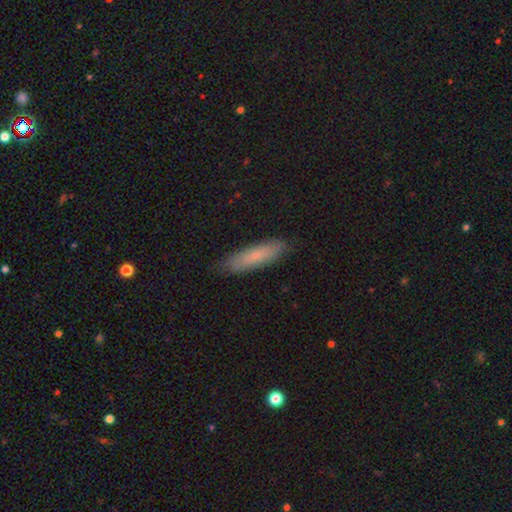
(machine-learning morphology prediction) type=smooth (78%); roundness=cigar-shaped (72%); merging=none (85%).